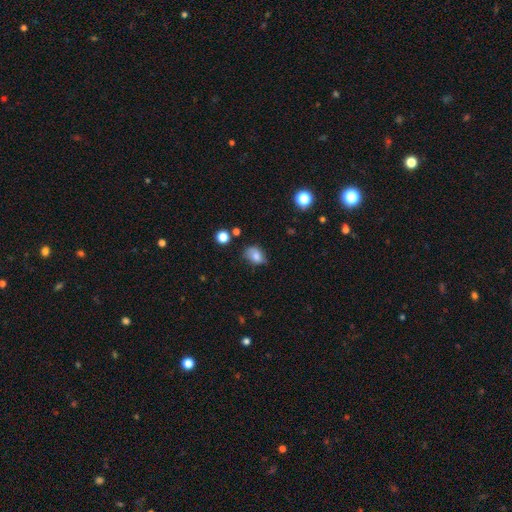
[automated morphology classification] Smooth or featured: smooth — 77% (featured or disk — 12%)
How rounded: in between — 73% (round — 26%)
Merging: none — 54% (minor disturbance — 35%)